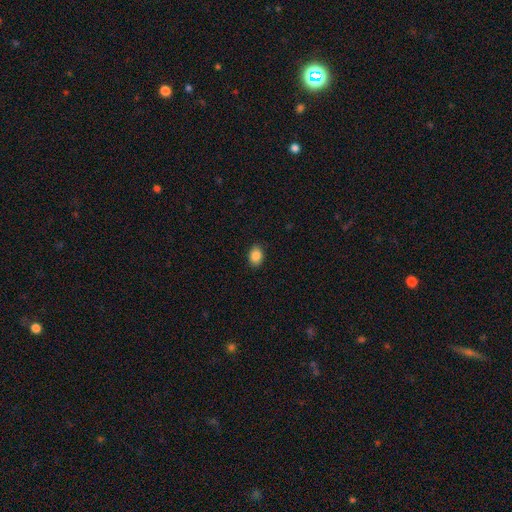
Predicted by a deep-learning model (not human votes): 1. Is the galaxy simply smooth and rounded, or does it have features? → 88% smooth, 8% star or artifact, 4% featured or disk.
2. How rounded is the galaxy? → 76% in between, 23% round, 1% cigar-shaped.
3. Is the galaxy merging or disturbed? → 88% none, 9% minor disturbance, 2% major disturbance, 1% merger.